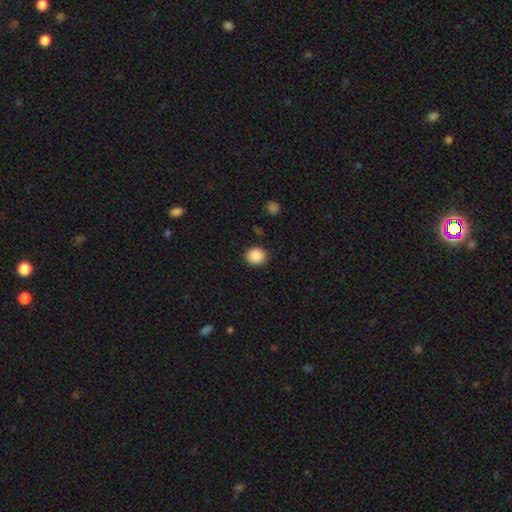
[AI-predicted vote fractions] Smooth or featured? smooth (89%)
How rounded? round (76%)
Merging? none (89%)